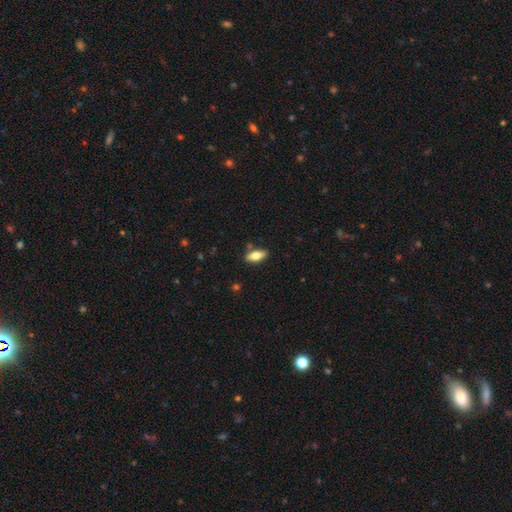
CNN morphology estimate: The model was most divided on "smooth or featured": smooth: 70%, featured or disk: 23%, star or artifact: 7%. More confident: merging — none (82%); how rounded — in between (81%).